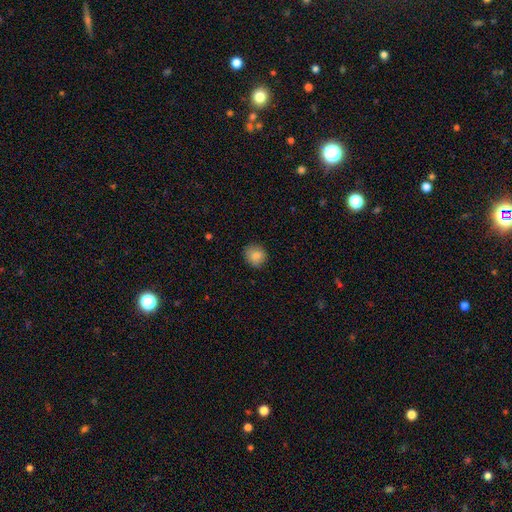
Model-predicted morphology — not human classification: Smooth or featured: smooth — 85% (star or artifact — 9%)
How rounded: round — 88% (in between — 11%)
Merging: none — 88% (minor disturbance — 9%)